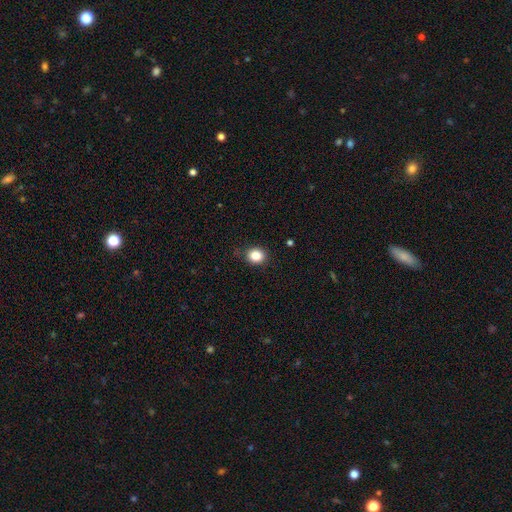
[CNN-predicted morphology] smooth 85%, star or artifact 10%, featured or disk 4%. Down the decision tree: how rounded — round (73%); merging — none (86%).